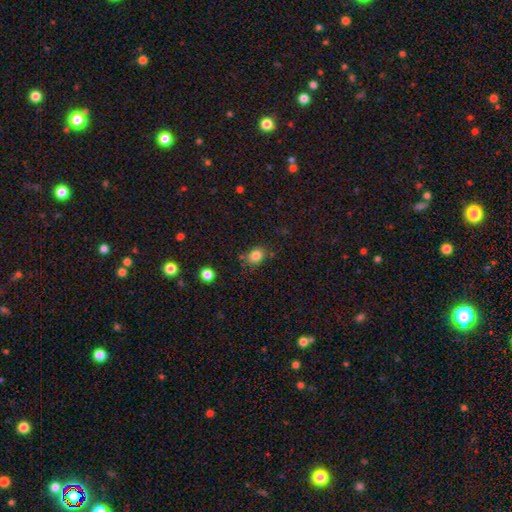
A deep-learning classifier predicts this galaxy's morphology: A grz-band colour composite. It shows a smooth galaxy with no disk features (82%) that is in between round and cigar-shaped (52%). Merging: none (75%).